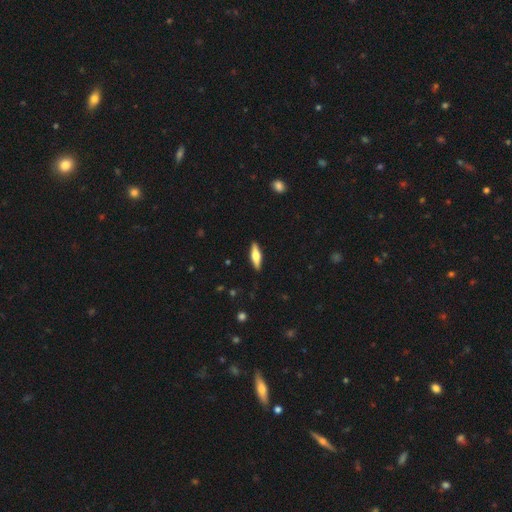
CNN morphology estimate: smooth 51%, featured or disk 43%, star or artifact 6%. Down the decision tree: how rounded — cigar-shaped (59%); merging — none (90%).